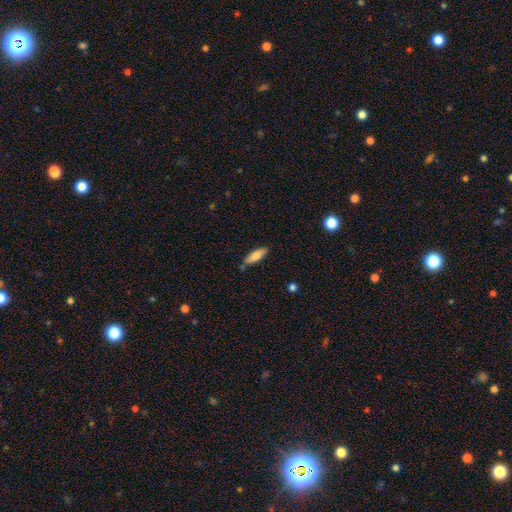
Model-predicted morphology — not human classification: smooth-or-featured: smooth: 75% | featured or disk: 18% | star or artifact: 6%
  how-rounded: in between: 57% | cigar-shaped: 41% | round: 2%
  merging: none: 81% | minor disturbance: 13% | merger: 3% | major disturbance: 2%